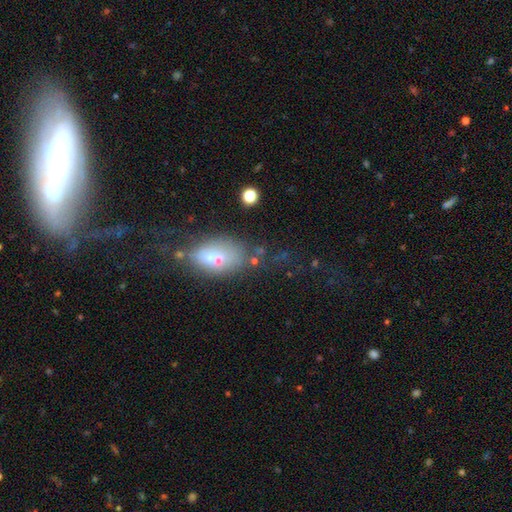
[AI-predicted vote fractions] Smooth or featured?
  - smooth: 42% *
  - featured or disk: 41%
  - star or artifact: 18%
Merging?
  - none: 41% *
  - major disturbance: 27%
  - minor disturbance: 21%
  - merger: 11%